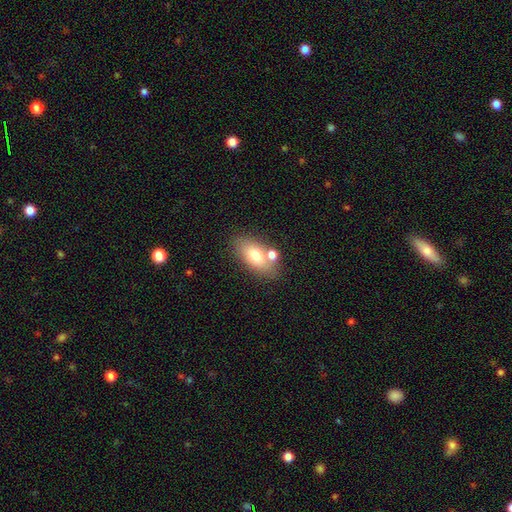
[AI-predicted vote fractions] A smooth galaxy with no disk features (71%) that is in between round and cigar-shaped (86%).

Vote fractions:
- Smooth or featured? smooth: 71% / featured or disk: 21% / star or artifact: 9%
- How rounded? in between: 86% / round: 9% / cigar-shaped: 6%
- Merging? none: 62% / merger: 20% / minor disturbance: 13% / major disturbance: 4%